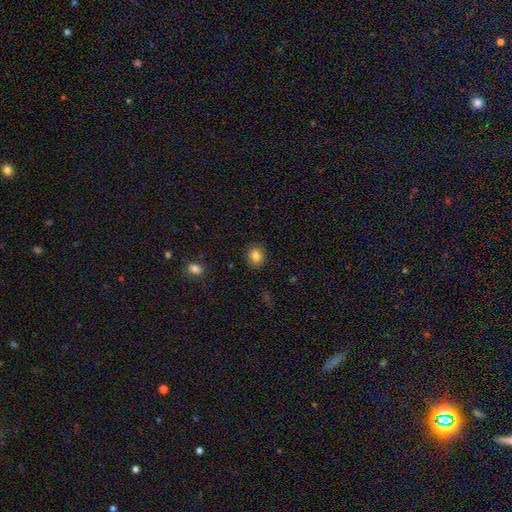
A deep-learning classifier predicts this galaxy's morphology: A smooth galaxy with no disk features (84%) that is round (76%).

Vote fractions:
- Smooth or featured? smooth: 84% / star or artifact: 11% / featured or disk: 5%
- How rounded? round: 76% / in between: 24% / cigar-shaped: 1%
- Merging? none: 89% / minor disturbance: 7% / major disturbance: 2% / merger: 1%